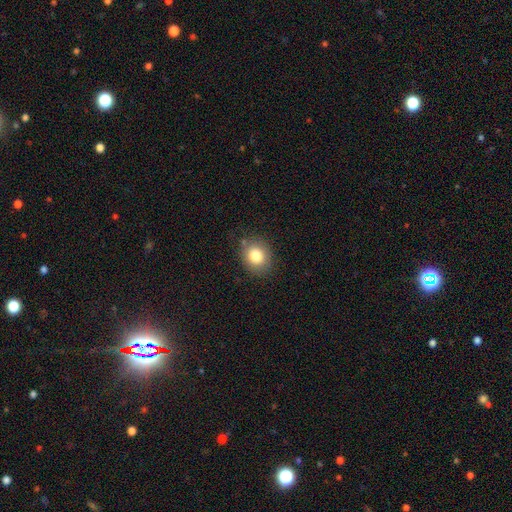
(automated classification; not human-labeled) This is clearly a smooth galaxy (82%). How rounded: likely round (65%). Merging: clearly none (82%).